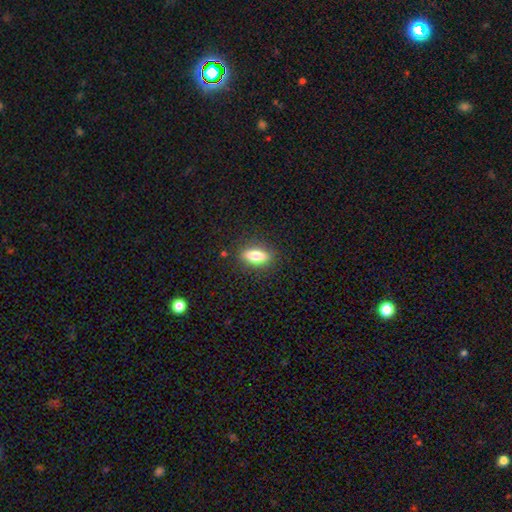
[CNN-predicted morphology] Overall: smooth (65%; featured or disk 27%). How rounded: in between (57%; cigar-shaped 39%). Merging: none (86%).